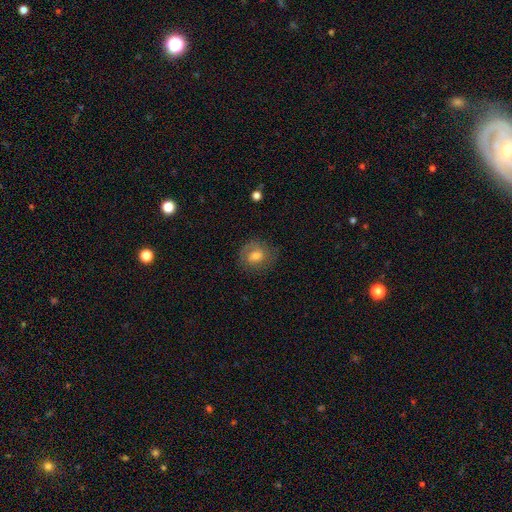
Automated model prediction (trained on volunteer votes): Smooth or featured: smooth — 50% (featured or disk — 40%)
How rounded: round — 65% (in between — 34%)
Merging: none — 73% (minor disturbance — 18%)